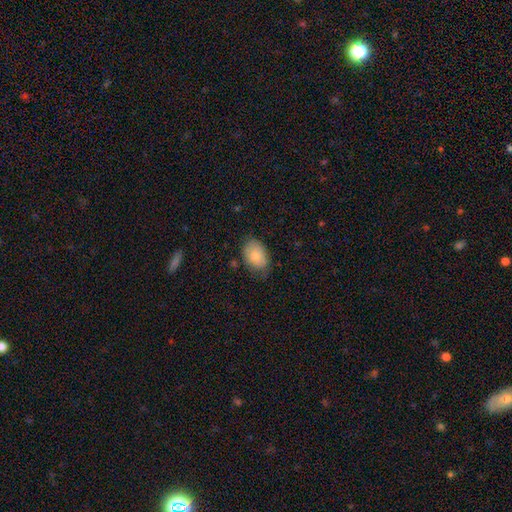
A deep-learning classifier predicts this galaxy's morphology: type=smooth (82%); roundness=in between (84%); merging=none (67%).